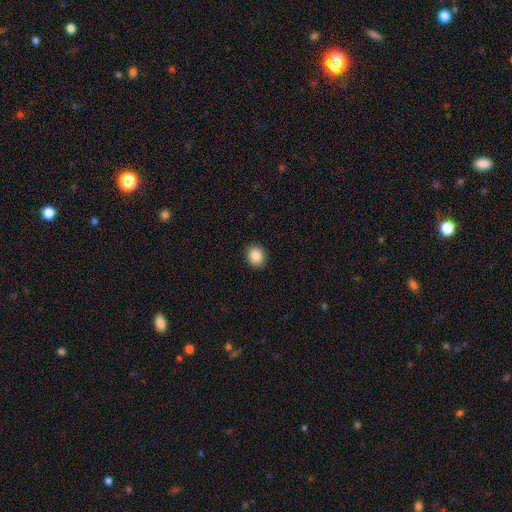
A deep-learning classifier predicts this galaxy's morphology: A smooth galaxy with no disk features (86%) that is round (72%).

Vote fractions:
- Smooth or featured? smooth: 86% / star or artifact: 9% / featured or disk: 5%
- How rounded? round: 72% / in between: 27% / cigar-shaped: 1%
- Merging? none: 91% / minor disturbance: 6% / major disturbance: 2% / merger: 1%